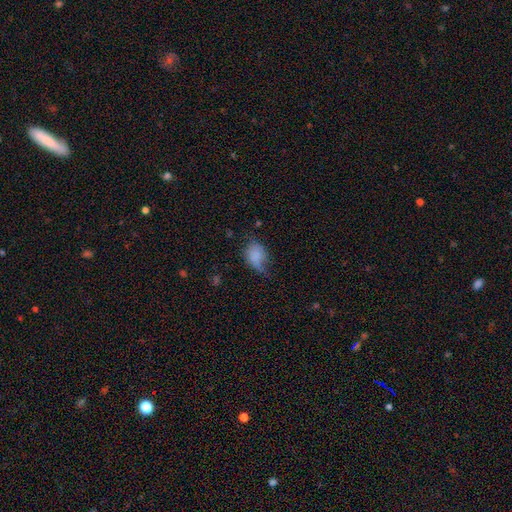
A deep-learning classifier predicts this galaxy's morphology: A smooth galaxy with no disk features (78%) that is in between round and cigar-shaped (67%). Merging: minor disturbance (42%).